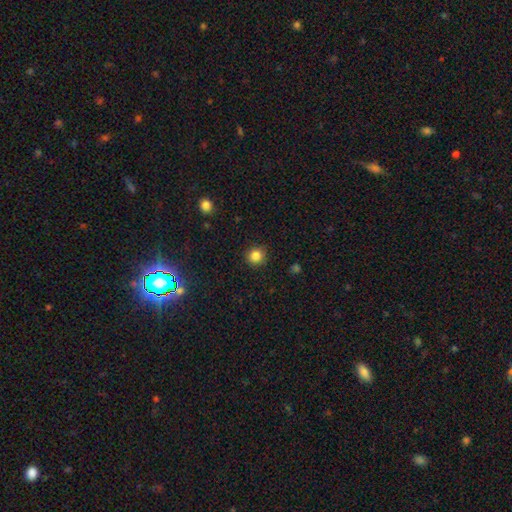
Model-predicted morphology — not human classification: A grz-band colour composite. It shows a smooth galaxy with no disk features (83%) that is round (92%). Merging: none (91%).